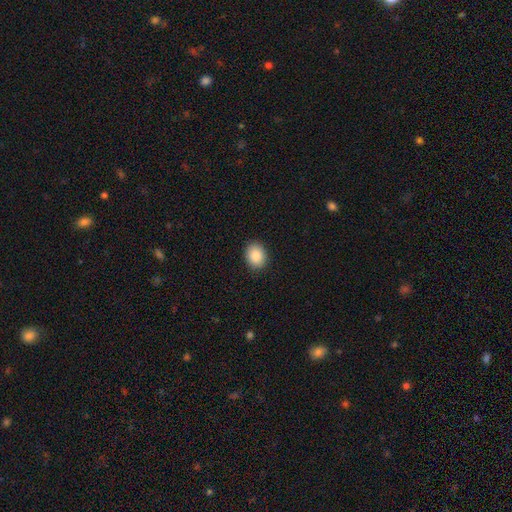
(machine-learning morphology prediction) type=smooth (87%); roundness=in between (52%); merging=none (90%).